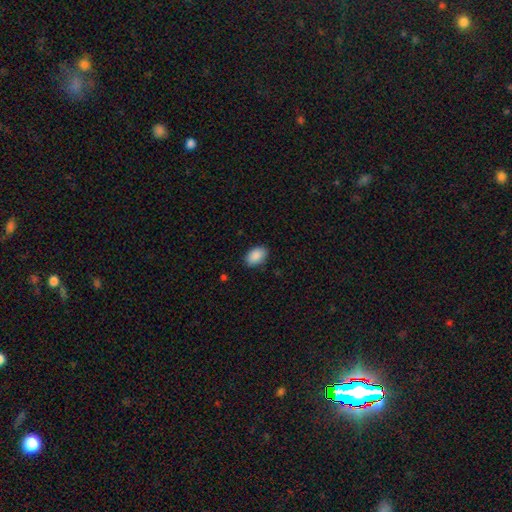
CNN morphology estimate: A smooth galaxy with no disk features (90%) that is in between round and cigar-shaped (88%).

Vote fractions:
- Smooth or featured? smooth: 90% / star or artifact: 7% / featured or disk: 3%
- How rounded? in between: 88% / round: 10% / cigar-shaped: 1%
- Merging? none: 84% / minor disturbance: 12% / major disturbance: 3% / merger: 1%